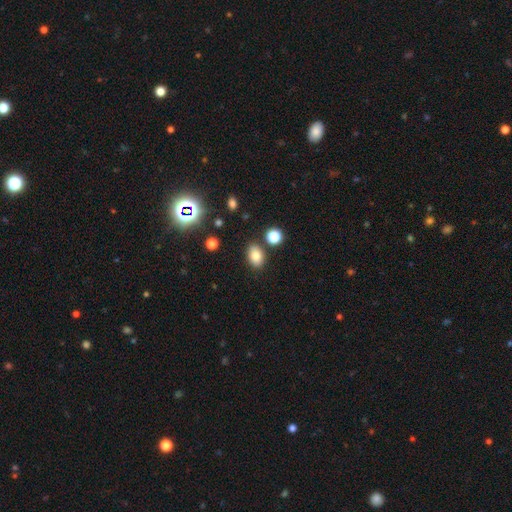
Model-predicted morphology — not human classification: This appears to be a smooth galaxy with no disk features (81%) that is in between round and cigar-shaped (80%). Merging: none (82%).